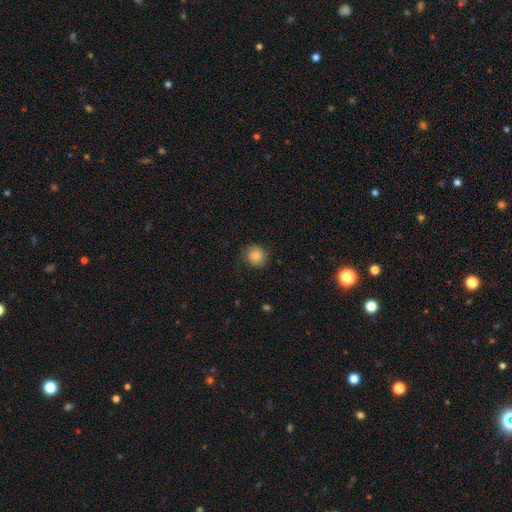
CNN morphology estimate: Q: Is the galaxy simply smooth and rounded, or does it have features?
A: smooth — 84%.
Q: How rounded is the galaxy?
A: round — 89%.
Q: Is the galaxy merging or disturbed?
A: none — 75%.